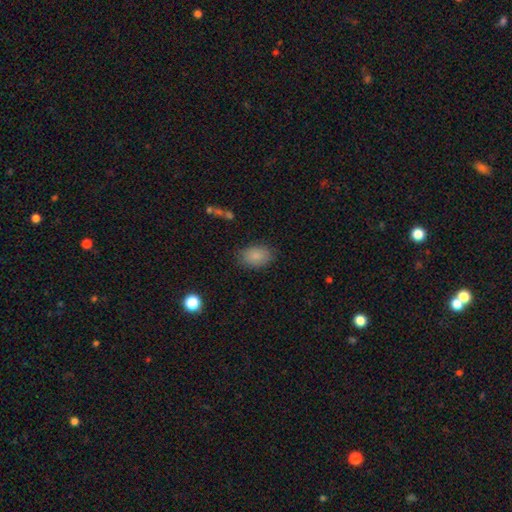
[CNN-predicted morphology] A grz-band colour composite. It shows a smooth galaxy with no disk features (85%) that is in between round and cigar-shaped (85%). Merging: none (81%).